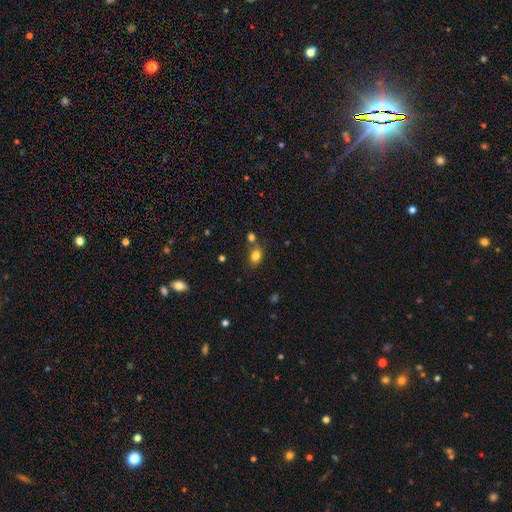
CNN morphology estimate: A smooth galaxy with no disk features (81%) that is in between round and cigar-shaped (64%).

Vote fractions:
- Smooth or featured? smooth: 81% / star or artifact: 12% / featured or disk: 8%
- How rounded? in between: 64% / round: 35% / cigar-shaped: 1%
- Merging? none: 66% / merger: 16% / minor disturbance: 14% / major disturbance: 4%